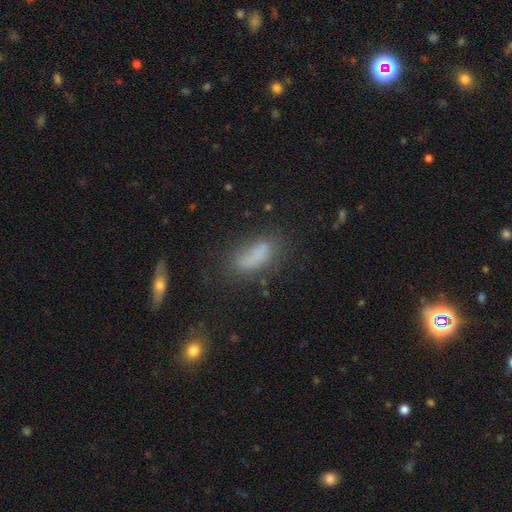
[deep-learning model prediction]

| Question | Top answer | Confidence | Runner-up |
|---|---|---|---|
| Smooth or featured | smooth | 73% | featured or disk (15%) |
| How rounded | in between | 74% | cigar-shaped (22%) |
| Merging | none | 52% | minor disturbance (26%) |